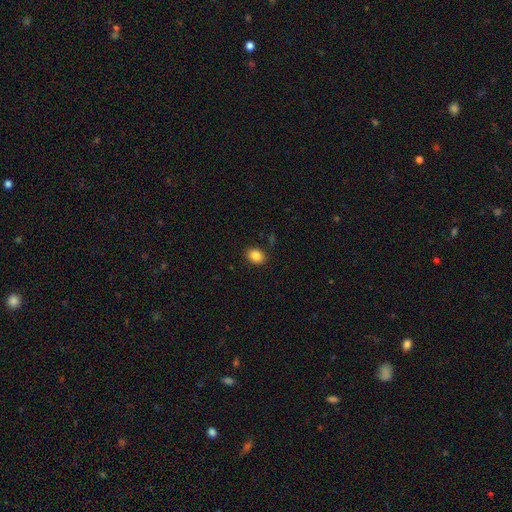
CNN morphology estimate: Smooth or featured?
  - smooth: 86% *
  - star or artifact: 9%
  - featured or disk: 5%
How rounded?
  - in between: 66% *
  - round: 33%
  - cigar-shaped: 1%
Merging?
  - none: 88% *
  - minor disturbance: 8%
  - major disturbance: 2%
  - merger: 1%